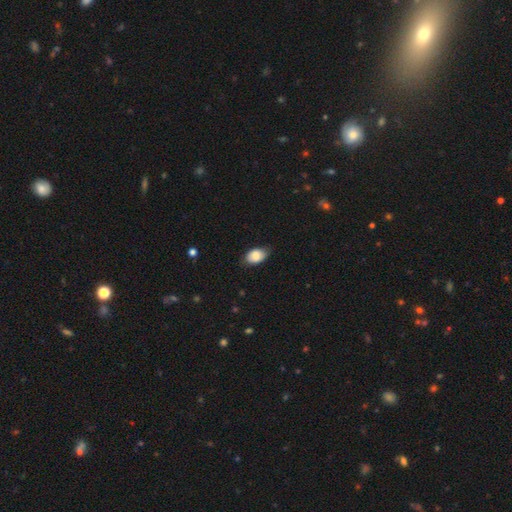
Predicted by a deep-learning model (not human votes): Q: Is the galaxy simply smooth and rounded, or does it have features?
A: smooth — 81%.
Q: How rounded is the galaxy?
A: in between — 90%.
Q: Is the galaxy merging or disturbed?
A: none — 75%.